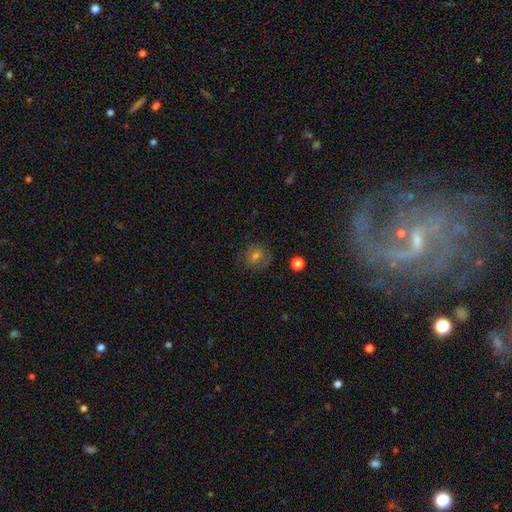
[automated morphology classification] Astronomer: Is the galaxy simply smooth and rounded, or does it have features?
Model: smooth — 58%.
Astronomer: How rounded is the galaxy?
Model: round — 87%.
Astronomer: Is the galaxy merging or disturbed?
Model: none — 80%.